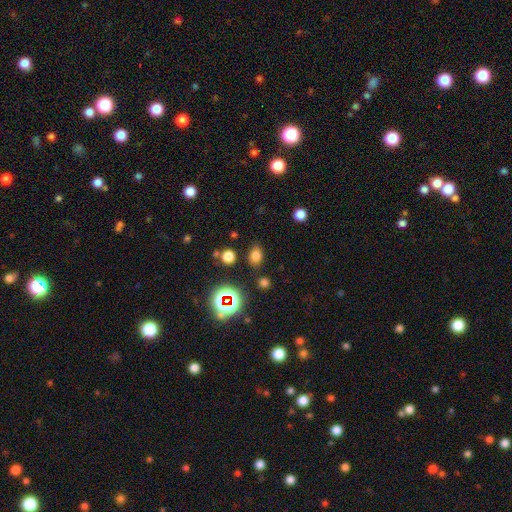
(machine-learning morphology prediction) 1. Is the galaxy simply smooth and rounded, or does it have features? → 73% smooth, 21% star or artifact, 7% featured or disk.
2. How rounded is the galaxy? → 69% in between, 30% round, 1% cigar-shaped.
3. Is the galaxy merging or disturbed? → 82% none, 11% minor disturbance, 4% merger, 4% major disturbance.